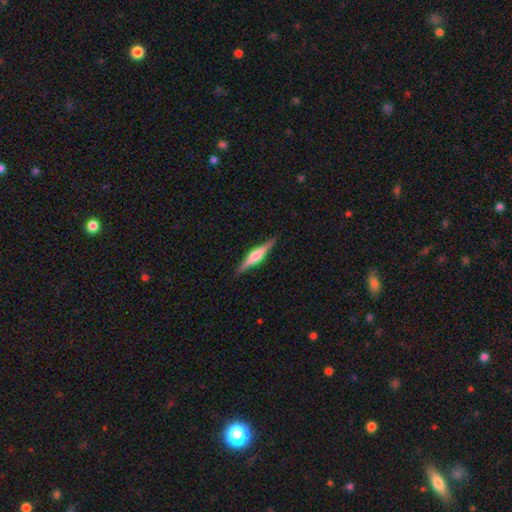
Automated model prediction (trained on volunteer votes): smooth_or_featured: featured or disk (p=0.70) [alt: smooth p=0.25]
disk_edge_on: yes (p=0.98) [alt: no p=0.02]
edge_on_bulge: rounded (p=0.77) [alt: boxy p=0.18]
merging: none (p=0.90) [alt: minor disturbance p=0.07]